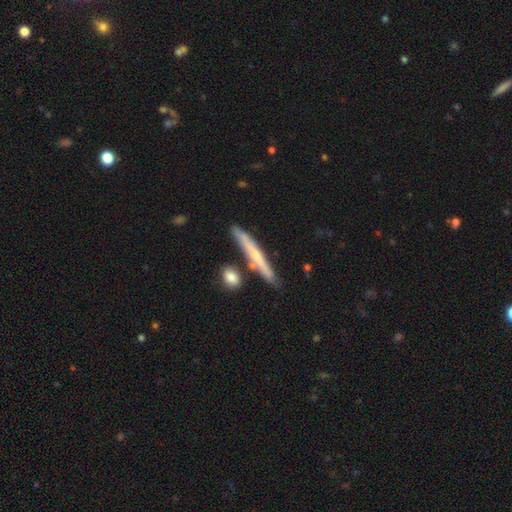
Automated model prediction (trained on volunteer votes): This is possibly a featured or disk galaxy (52%). It is clearly viewed edge-on (93%). Merging: likely none (76%).